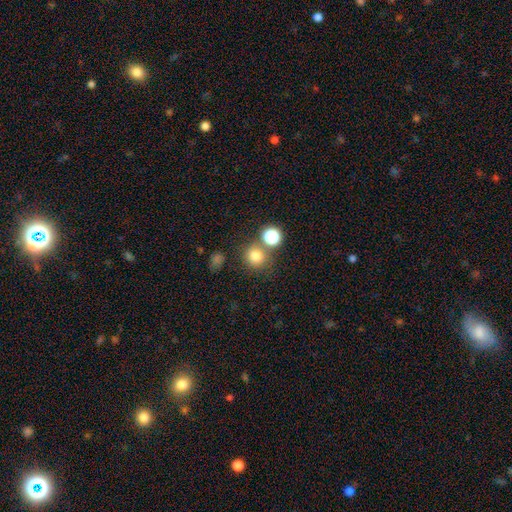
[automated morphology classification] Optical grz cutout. It shows a smooth galaxy with no disk features (78%) that is round (91%). Merging: none (71%).